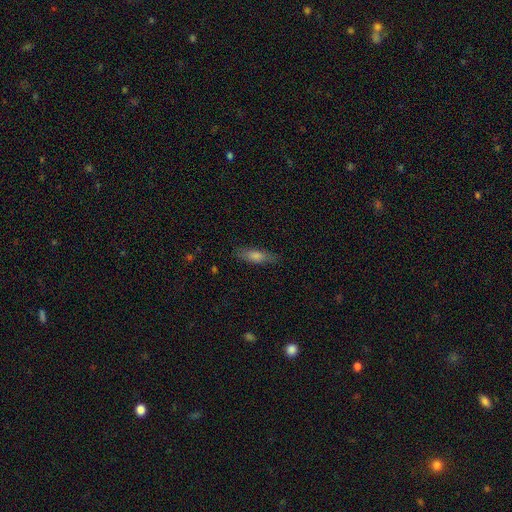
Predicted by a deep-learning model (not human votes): Smooth or featured: smooth — 61% (featured or disk — 30%)
How rounded: cigar-shaped — 63% (in between — 34%)
Merging: none — 85% (minor disturbance — 12%)